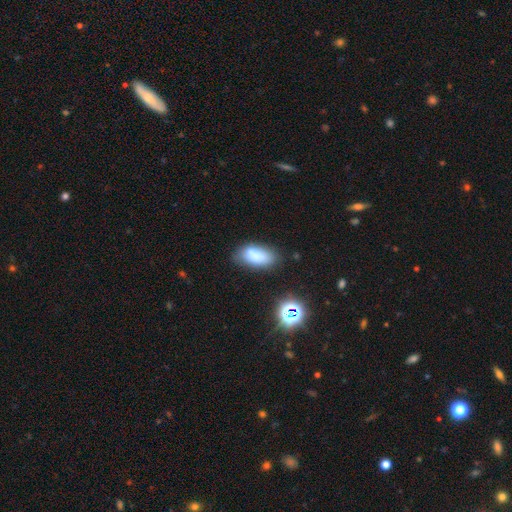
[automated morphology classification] This appears to be a smooth galaxy with no disk features (80%) that is in between round and cigar-shaped (90%). Merging: none (65%).